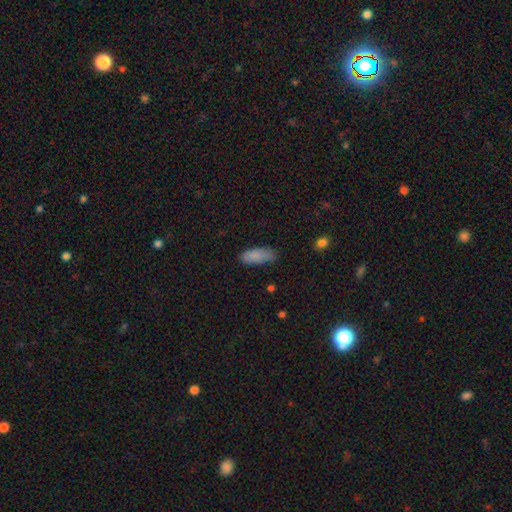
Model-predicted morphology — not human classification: A smooth galaxy with no disk features (87%) that is in between round and cigar-shaped (78%). Merging: none (73%).